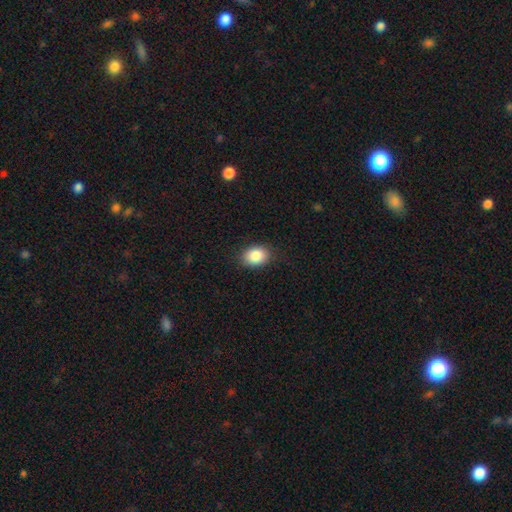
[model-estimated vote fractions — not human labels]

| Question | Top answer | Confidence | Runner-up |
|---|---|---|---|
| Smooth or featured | smooth | 87% | star or artifact (8%) |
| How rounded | in between | 67% | round (32%) |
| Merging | none | 86% | minor disturbance (11%) |